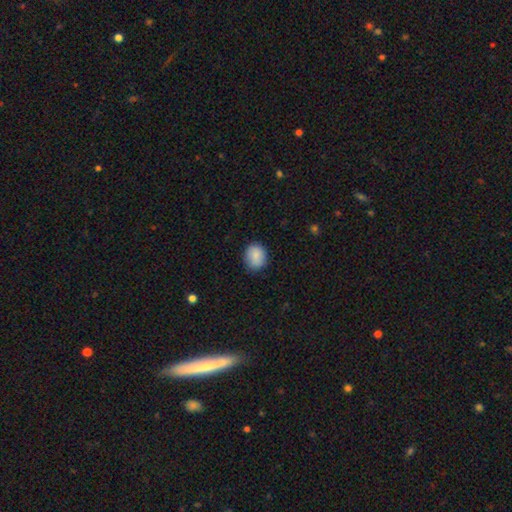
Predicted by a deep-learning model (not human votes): Smooth or featured? Predicted: smooth (p=0.86). How rounded? Predicted: round (p=0.66). Merging? Predicted: none (p=0.82).